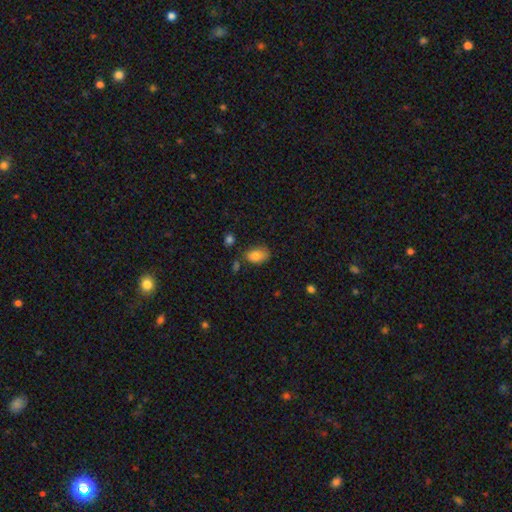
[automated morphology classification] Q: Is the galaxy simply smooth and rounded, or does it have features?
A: smooth — 82%.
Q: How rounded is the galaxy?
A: in between — 89%.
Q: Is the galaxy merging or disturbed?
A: none — 64%.